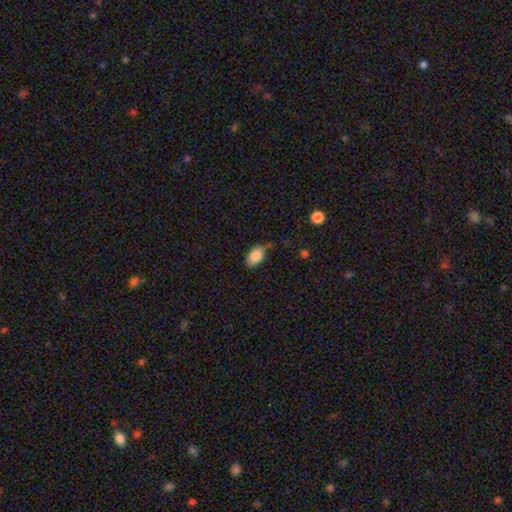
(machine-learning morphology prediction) Smooth or featured? Predicted: smooth (p=0.85). How rounded? Predicted: in between (p=0.93). Merging? Predicted: none (p=0.79).